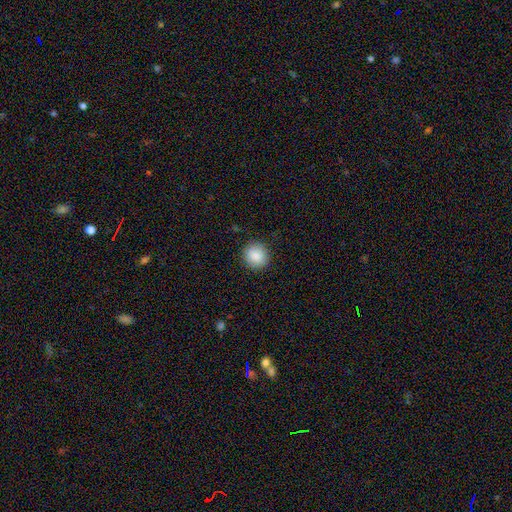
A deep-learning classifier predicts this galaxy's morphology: Smooth or featured?
  - smooth: 88% *
  - star or artifact: 8%
  - featured or disk: 4%
How rounded?
  - round: 91% *
  - in between: 9%
  - cigar-shaped: 1%
Merging?
  - none: 90% *
  - minor disturbance: 7%
  - major disturbance: 2%
  - merger: 1%